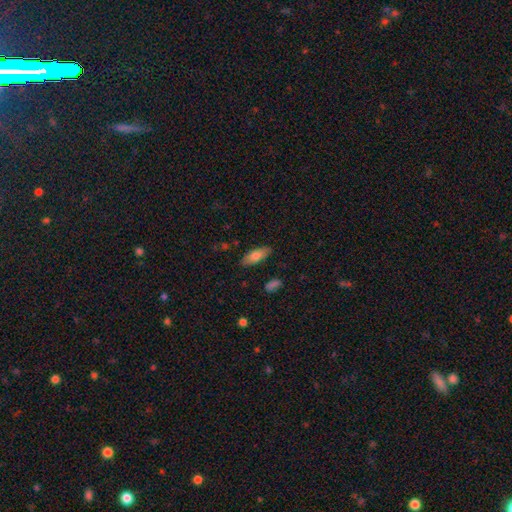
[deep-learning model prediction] Overall: smooth (76%). How rounded: in between (75%). Merging: none (86%).